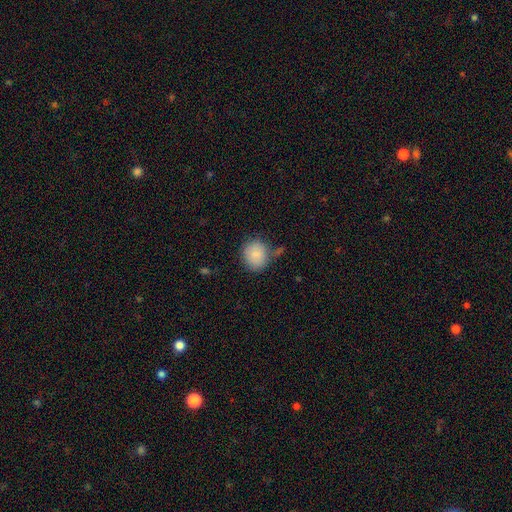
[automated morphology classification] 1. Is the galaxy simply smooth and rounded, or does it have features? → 86% smooth, 7% star or artifact, 7% featured or disk.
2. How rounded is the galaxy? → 77% round, 22% in between, 1% cigar-shaped.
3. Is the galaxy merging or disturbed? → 67% none, 18% minor disturbance, 9% merger, 6% major disturbance.